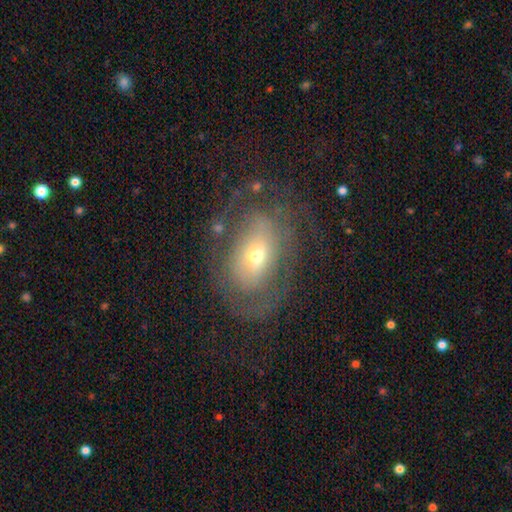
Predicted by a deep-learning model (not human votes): The model was most divided on "bulge size": moderate: 48%, small: 45%, large: 4%, dominant: 1%, none: 1%. More confident: edge-on disk — no (93%); bar — no (61%); smooth or featured — featured or disk (58%); merging — none (54%); spiral arms — yes (52%).